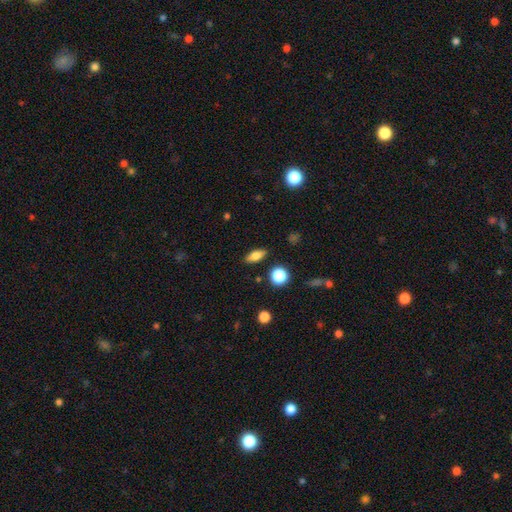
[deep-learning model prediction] smooth-or-featured: smooth: 71% | featured or disk: 19% | star or artifact: 10%
  how-rounded: in between: 72% | cigar-shaped: 19% | round: 9%
  merging: none: 87% | minor disturbance: 8% | major disturbance: 2% | merger: 2%